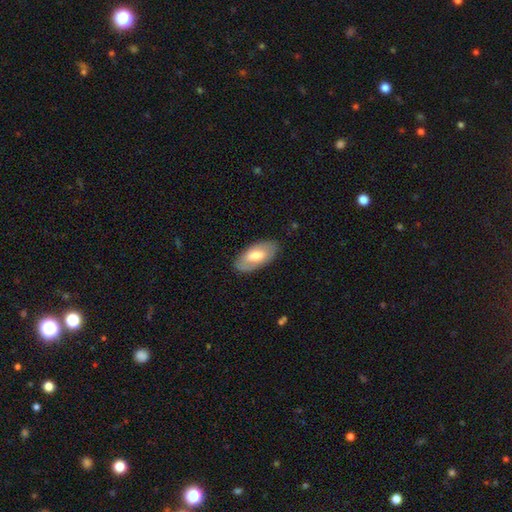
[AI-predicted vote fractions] Smooth or featured: smooth — 59% (featured or disk — 36%)
How rounded: in between — 93% (cigar-shaped — 5%)
Merging: none — 84% (minor disturbance — 12%)